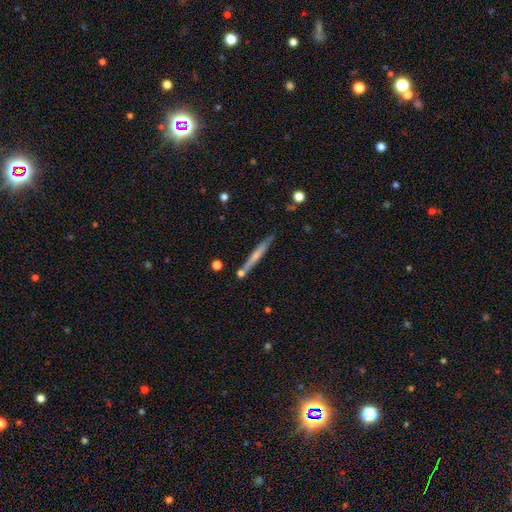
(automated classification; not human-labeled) A featured or disk galaxy (48%). Merging: none (80%).